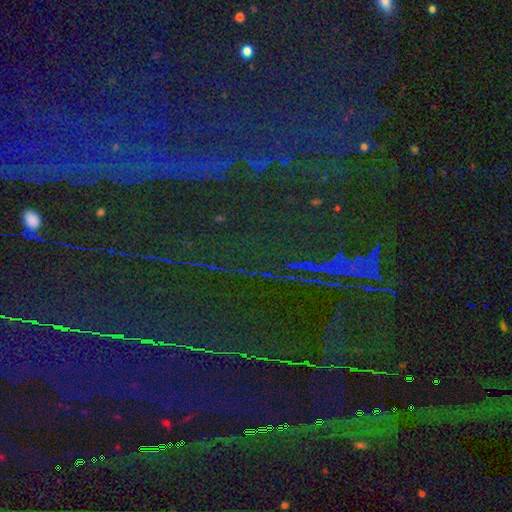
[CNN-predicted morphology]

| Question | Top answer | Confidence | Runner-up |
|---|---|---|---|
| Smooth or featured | star or artifact | 84% | featured or disk (8%) |